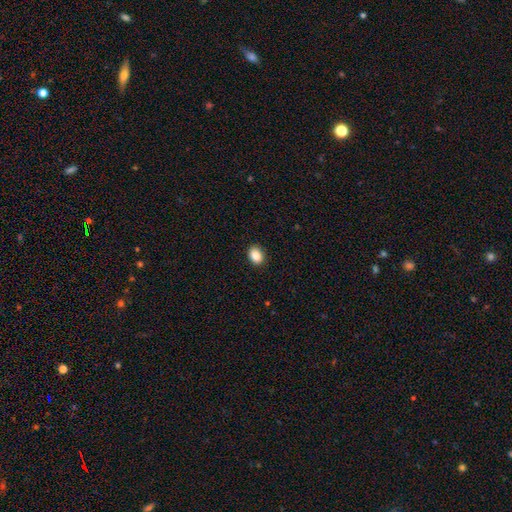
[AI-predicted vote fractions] smooth-or-featured: smooth: 88% | star or artifact: 8% | featured or disk: 3%
  how-rounded: in between: 71% | round: 28% | cigar-shaped: 1%
  merging: none: 90% | minor disturbance: 7% | major disturbance: 2% | merger: 1%